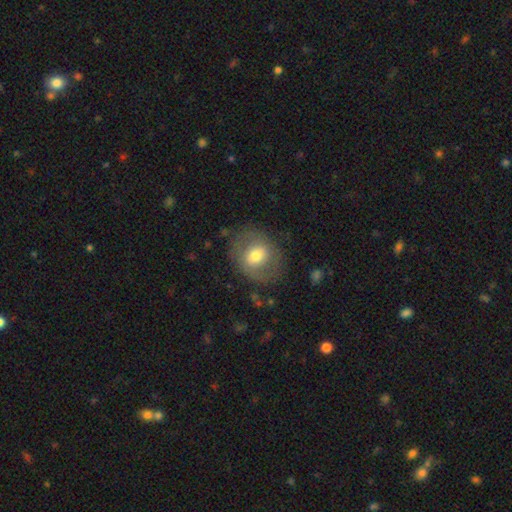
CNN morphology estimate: Q: Smooth or featured?
A: smooth (58%); runner-up: featured or disk (35%)
Q: How rounded?
A: round (57%); runner-up: in between (42%)
Q: Merging?
A: none (76%); runner-up: minor disturbance (14%)